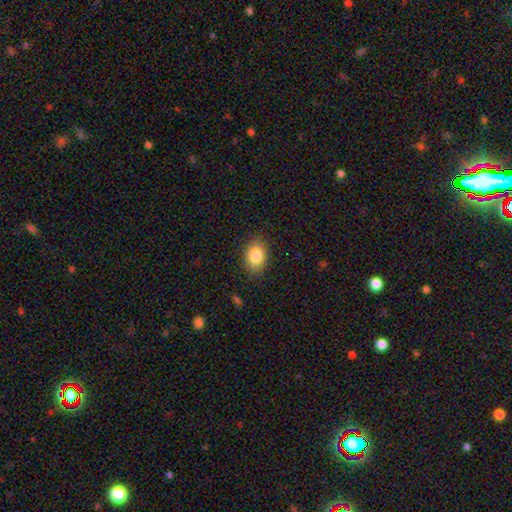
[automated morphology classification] Smooth or featured?
  - smooth: 84% *
  - star or artifact: 8%
  - featured or disk: 8%
How rounded?
  - in between: 78% *
  - round: 21%
  - cigar-shaped: 1%
Merging?
  - none: 87% *
  - minor disturbance: 10%
  - major disturbance: 3%
  - merger: 1%